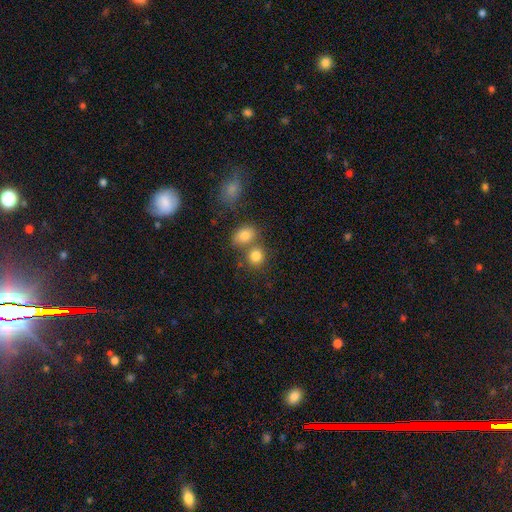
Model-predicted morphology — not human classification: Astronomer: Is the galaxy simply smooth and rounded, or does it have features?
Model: smooth — 82%.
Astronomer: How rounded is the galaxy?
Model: round — 70%.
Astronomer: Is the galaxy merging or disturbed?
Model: none — 52% (runner-up: merger, 35%).